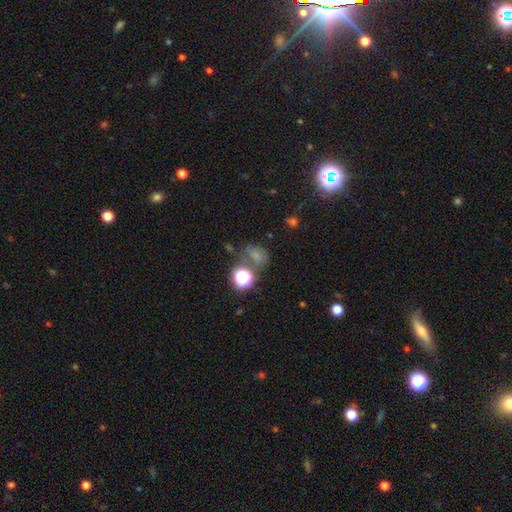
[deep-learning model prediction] Smooth or featured?
  - smooth: 54% *
  - star or artifact: 30%
  - featured or disk: 16%
How rounded?
  - round: 51% *
  - in between: 48%
  - cigar-shaped: 1%
Merging?
  - none: 53% *
  - minor disturbance: 20%
  - merger: 14%
  - major disturbance: 13%